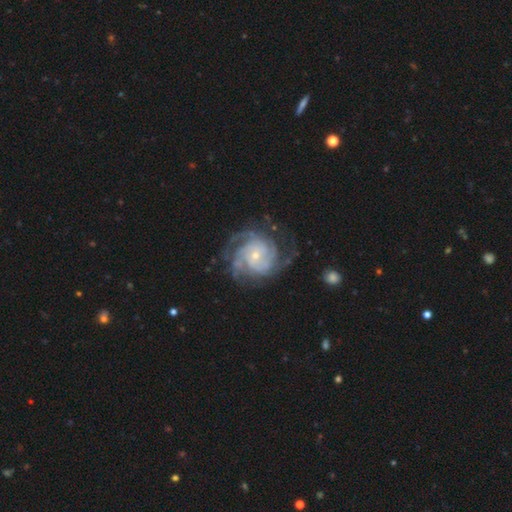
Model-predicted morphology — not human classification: Smooth or featured? Predicted: featured or disk (p=0.90). Edge-on disk? Predicted: no (p=0.98). Bar? Predicted: no (p=0.71). Spiral arms? Predicted: yes (p=0.98). Spiral winding? Predicted: tight (p=0.64). Spiral arm count? Predicted: 4 (p=0.26). Bulge size? Predicted: small (p=0.71). Merging? Predicted: none (p=0.71).